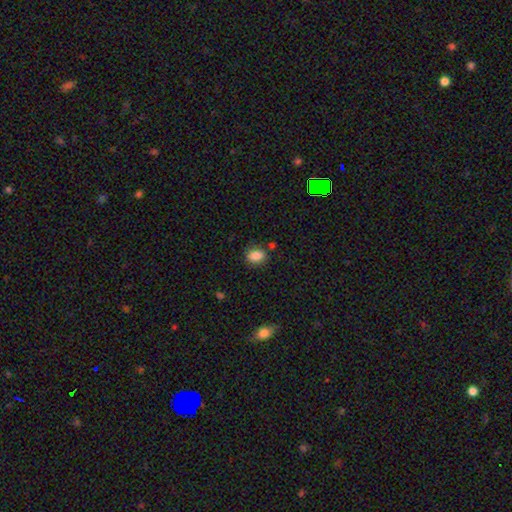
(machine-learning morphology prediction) This appears to be a smooth galaxy with no disk features (86%) that is in between round and cigar-shaped (71%). Merging: none (78%).